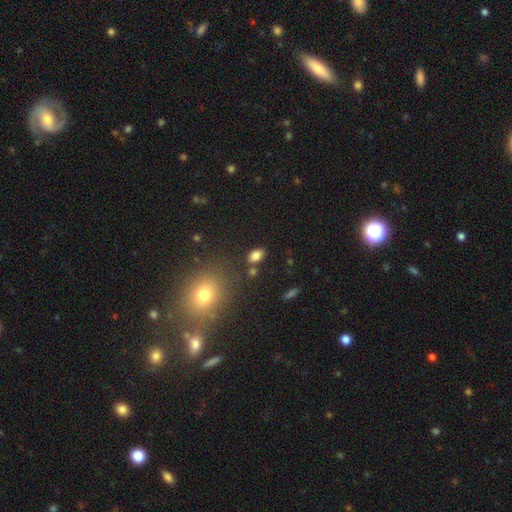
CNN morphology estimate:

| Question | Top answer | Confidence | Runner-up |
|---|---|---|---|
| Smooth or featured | smooth | 82% | star or artifact (11%) |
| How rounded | in between | 88% | round (9%) |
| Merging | none | 79% | minor disturbance (11%) |